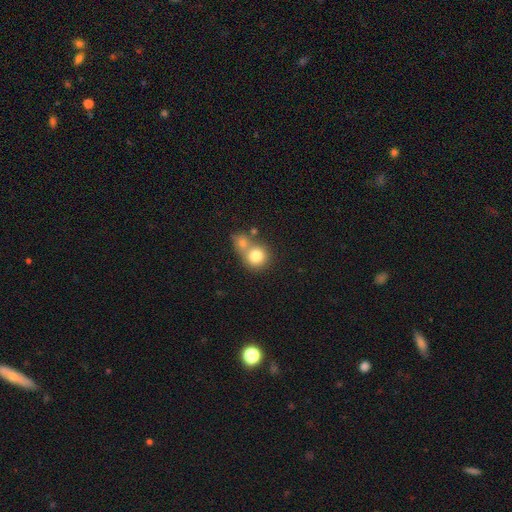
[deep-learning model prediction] Smooth or featured: smooth — 78% (featured or disk — 12%)
How rounded: round — 85% (in between — 14%)
Merging: merger — 50% (none — 39%)